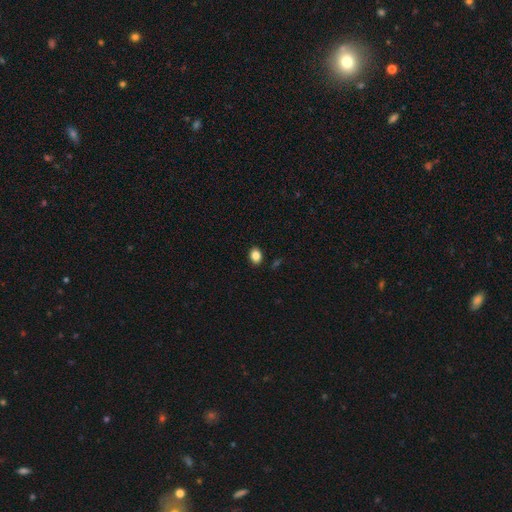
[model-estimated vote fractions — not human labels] smooth 86%, star or artifact 9%, featured or disk 5%. Down the decision tree: how rounded — in between (71%); merging — none (89%).